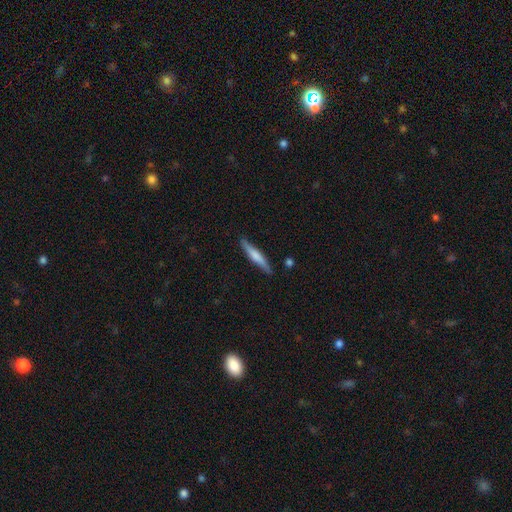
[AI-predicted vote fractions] Smooth or featured? smooth (57%)
How rounded? cigar-shaped (92%)
Merging? none (86%)